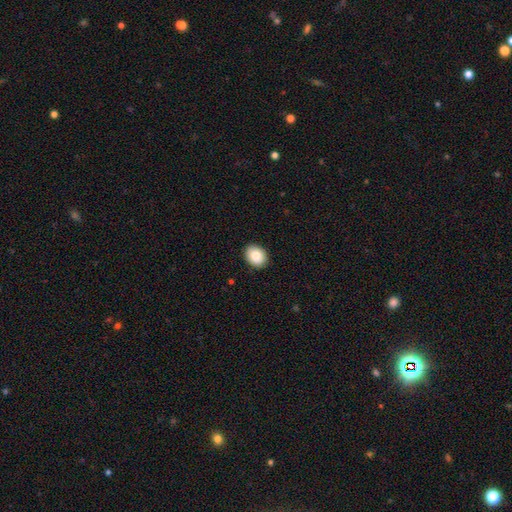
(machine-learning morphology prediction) A smooth galaxy with no disk features (85%) that is in between round and cigar-shaped (53%). Merging: none (90%).